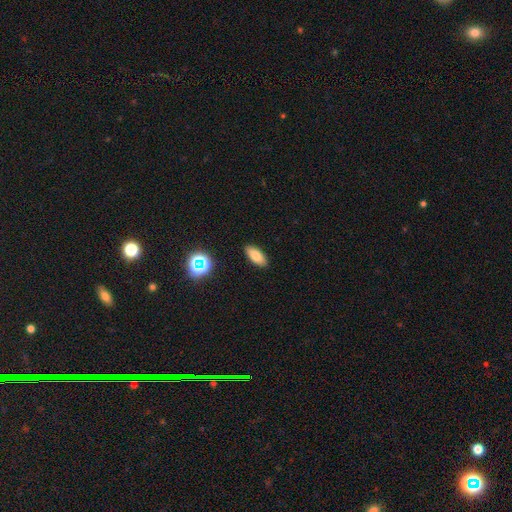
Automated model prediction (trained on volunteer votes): Smooth or featured? smooth (77%)
How rounded? in between (86%)
Merging? none (89%)